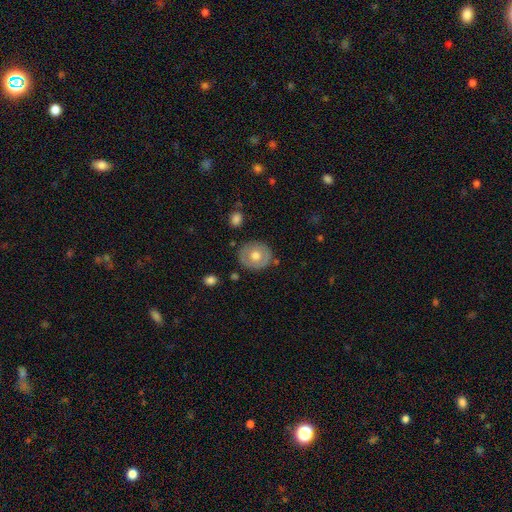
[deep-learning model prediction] Overall: smooth (56%; featured or disk 38%). How rounded: round (74%). Merging: none (82%).